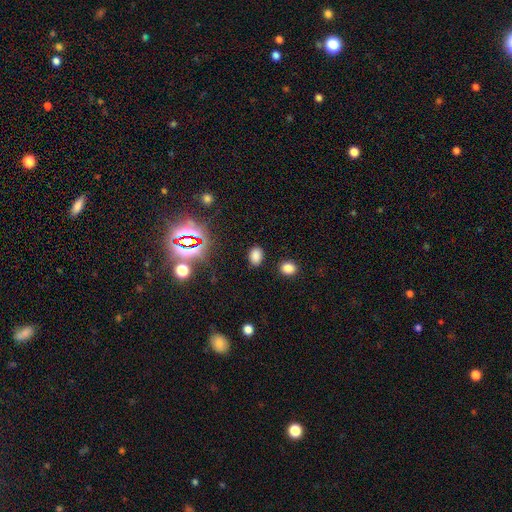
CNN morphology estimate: Smooth or featured? smooth (76%)
How rounded? in between (79%)
Merging? none (85%)